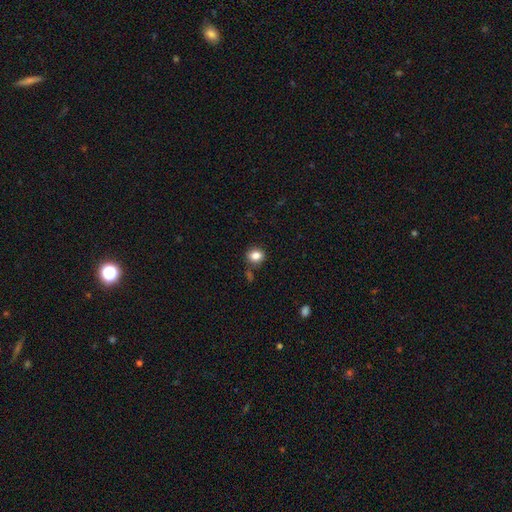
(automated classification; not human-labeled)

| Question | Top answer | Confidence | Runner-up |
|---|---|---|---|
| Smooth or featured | smooth | 85% | star or artifact (10%) |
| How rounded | round | 65% | in between (35%) |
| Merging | none | 80% | minor disturbance (11%) |